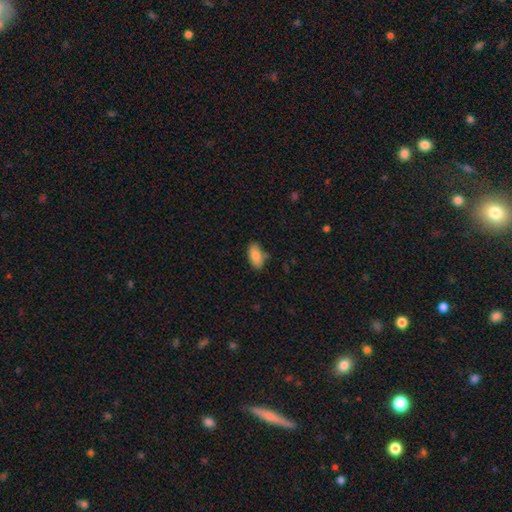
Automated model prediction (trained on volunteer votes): Smooth or featured? Predicted: smooth (p=0.85). How rounded? Predicted: in between (p=0.90). Merging? Predicted: none (p=0.69).